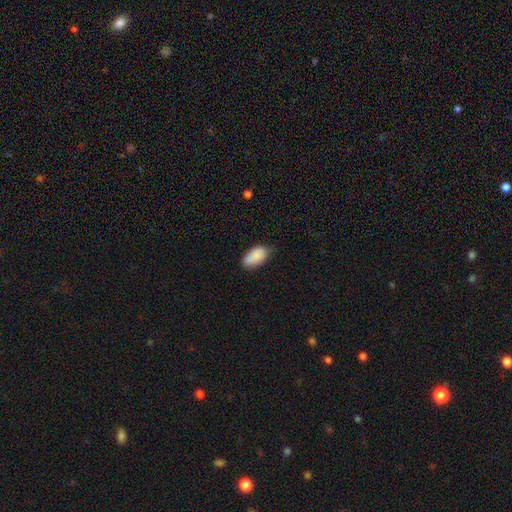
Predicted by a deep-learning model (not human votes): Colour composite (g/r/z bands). It shows a smooth galaxy with no disk features (88%) that is in between round and cigar-shaped (94%). Merging: none (73%).